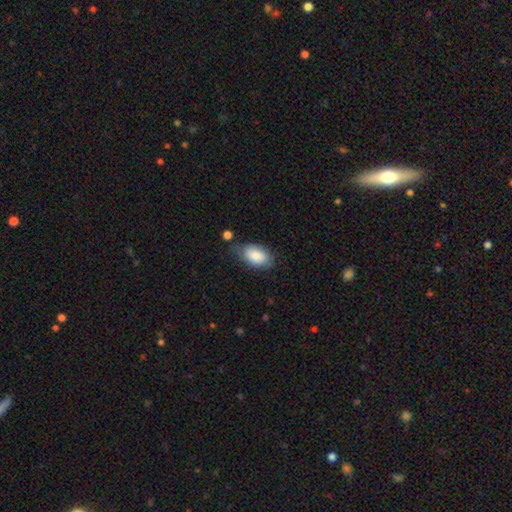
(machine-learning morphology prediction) Smooth or featured?
  - smooth: 82% *
  - featured or disk: 12%
  - star or artifact: 6%
How rounded?
  - in between: 93% *
  - round: 5%
  - cigar-shaped: 2%
Merging?
  - none: 57% *
  - minor disturbance: 29%
  - major disturbance: 9%
  - merger: 6%